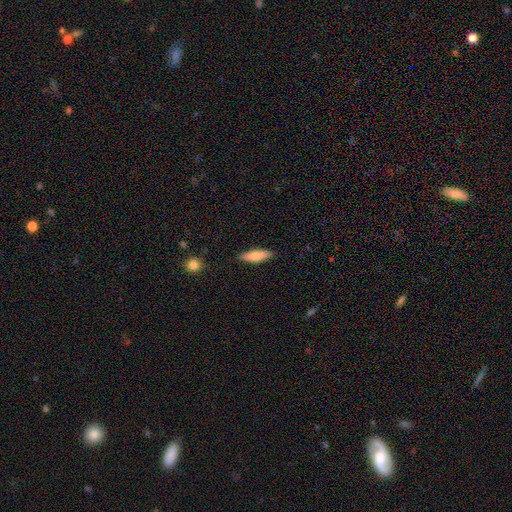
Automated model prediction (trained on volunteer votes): A smooth galaxy with no disk features (76%) that is cigar-shaped (64%). Merging: none (87%).